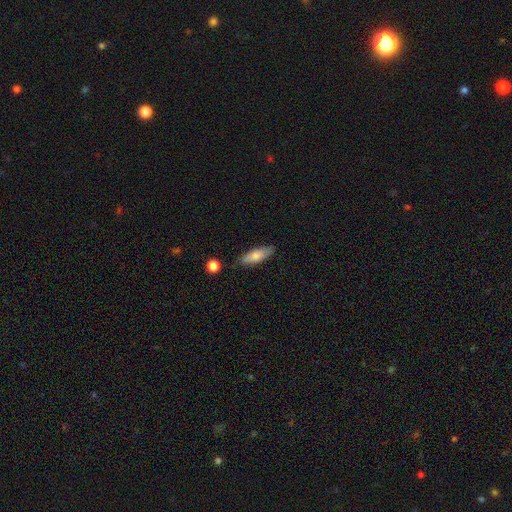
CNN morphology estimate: A smooth galaxy with no disk features (73%) that is in between round and cigar-shaped (58%). Merging: none (81%).